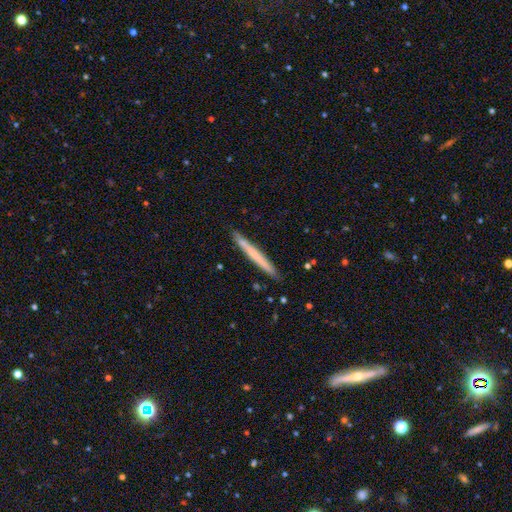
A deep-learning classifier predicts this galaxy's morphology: Smooth or featured: smooth — 61% (featured or disk — 34%)
How rounded: cigar-shaped — 97% (in between — 2%)
Merging: none — 89% (minor disturbance — 8%)